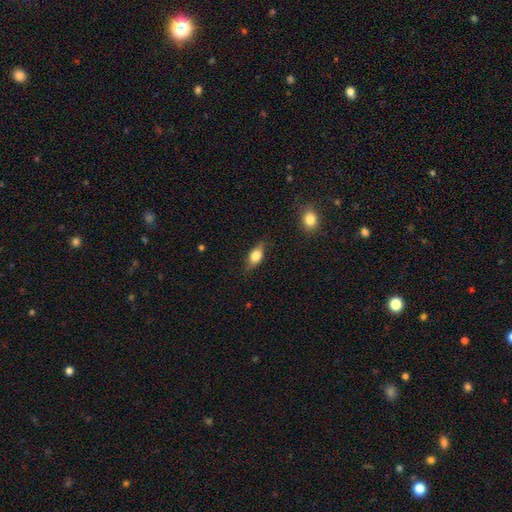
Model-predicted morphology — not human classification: This is likely a smooth galaxy (70%). How rounded: clearly in between (80%). Merging: likely none (72%).